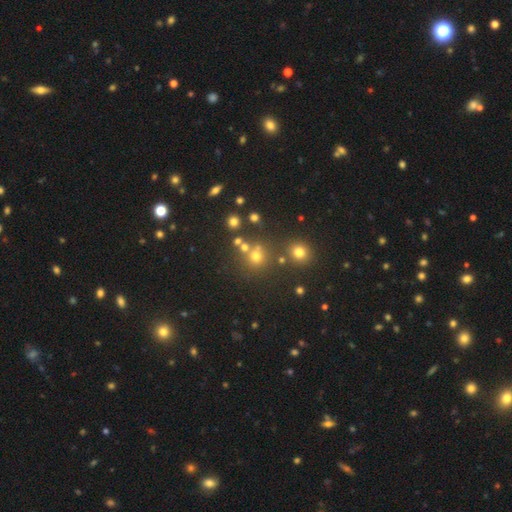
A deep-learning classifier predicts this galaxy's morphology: smooth-or-featured: smooth: 63% | star or artifact: 27% | featured or disk: 10%
  how-rounded: round: 88% | in between: 11% | cigar-shaped: 1%
  merging: none: 66% | merger: 20% | minor disturbance: 9% | major disturbance: 4%